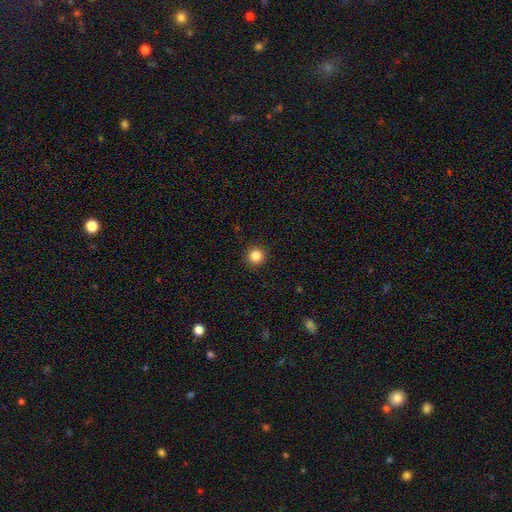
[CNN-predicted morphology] A smooth galaxy with no disk features (85%) that is round (94%).

Vote fractions:
- Smooth or featured? smooth: 85% / star or artifact: 11% / featured or disk: 4%
- How rounded? round: 94% / in between: 5% / cigar-shaped: 1%
- Merging? none: 92% / minor disturbance: 5% / major disturbance: 2% / merger: 1%